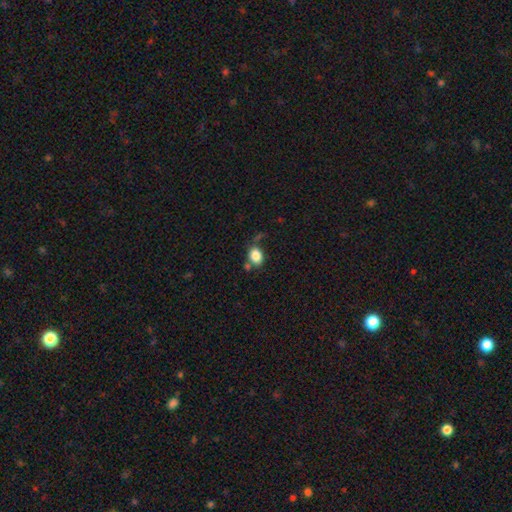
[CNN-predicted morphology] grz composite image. It shows a smooth galaxy with no disk features (84%) that is in between round and cigar-shaped (62%). Merging: none (55%).